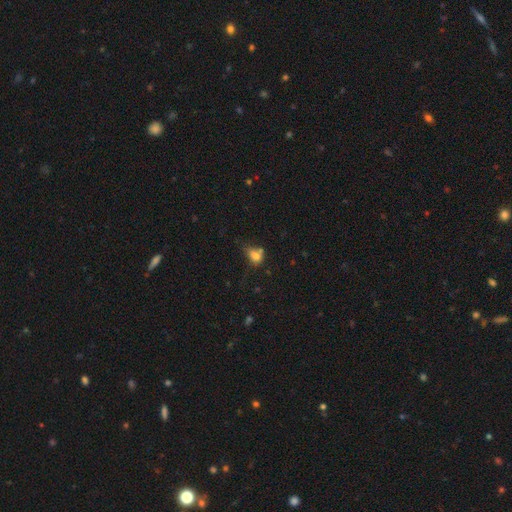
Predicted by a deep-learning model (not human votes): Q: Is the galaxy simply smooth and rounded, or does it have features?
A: smooth — 72%.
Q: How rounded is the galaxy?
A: in between — 62%.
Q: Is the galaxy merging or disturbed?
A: none — 33%.